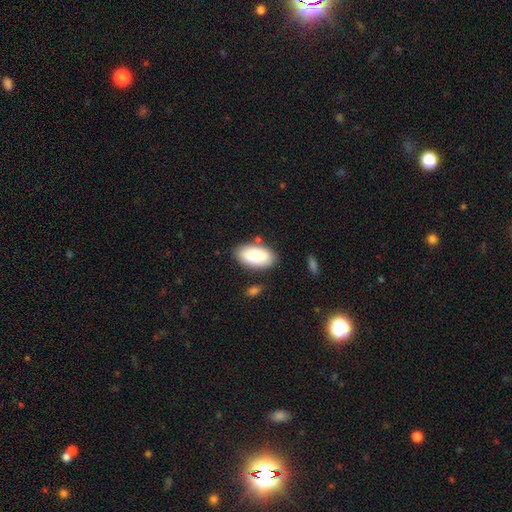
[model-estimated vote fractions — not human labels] This appears to be a smooth galaxy with no disk features (87%) that is in between round and cigar-shaped (94%). Merging: none (79%).